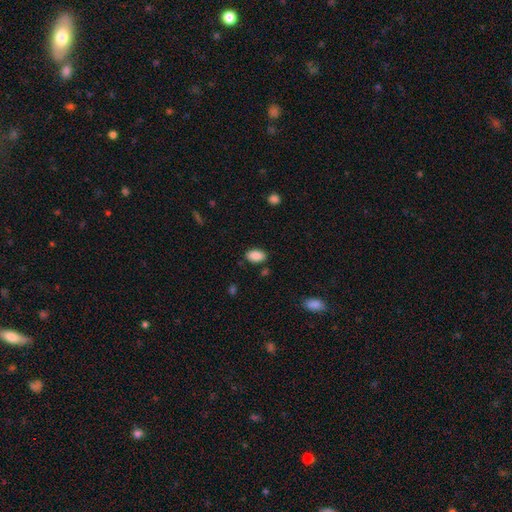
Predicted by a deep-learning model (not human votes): Smooth or featured?
  - smooth: 88% *
  - star or artifact: 8%
  - featured or disk: 4%
How rounded?
  - in between: 91% *
  - round: 7%
  - cigar-shaped: 1%
Merging?
  - none: 84% *
  - minor disturbance: 11%
  - major disturbance: 3%
  - merger: 2%